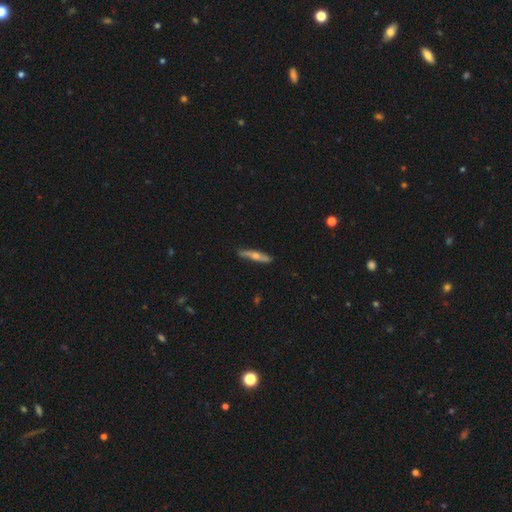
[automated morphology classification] smooth_or_featured: featured or disk (p=0.57) [alt: smooth p=0.36]
disk_edge_on: yes (p=0.89) [alt: no p=0.11]
edge_on_bulge: rounded (p=0.89) [alt: none p=0.09]
merging: none (p=0.87) [alt: minor disturbance p=0.10]